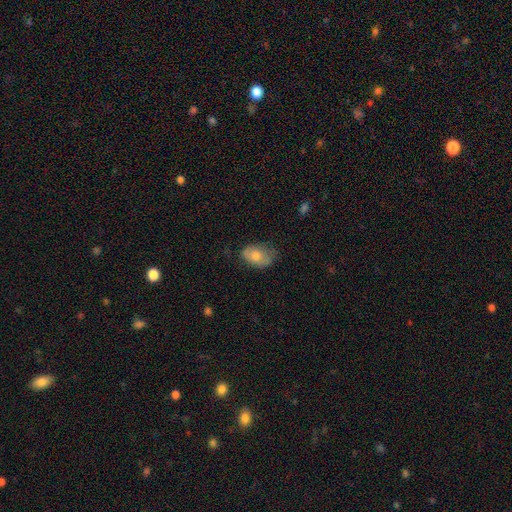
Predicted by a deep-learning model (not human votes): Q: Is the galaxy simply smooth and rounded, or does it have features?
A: smooth — 70%.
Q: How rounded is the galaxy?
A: in between — 88%.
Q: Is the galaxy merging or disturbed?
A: none — 62%.